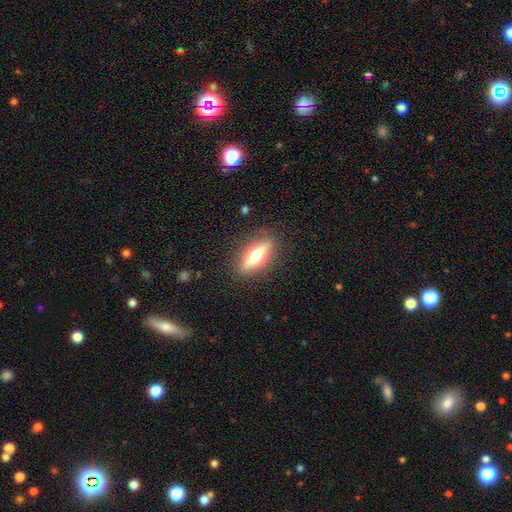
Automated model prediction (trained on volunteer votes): featured or disk 52%, smooth 41%, star or artifact 7%. Down the decision tree: edge-on disk — yes (86%); merging — none (88%).